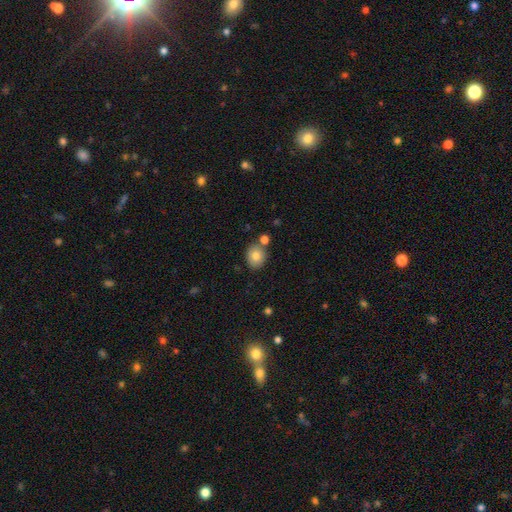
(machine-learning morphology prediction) Smooth or featured? smooth (82%)
How rounded? round (67%)
Merging? none (74%)